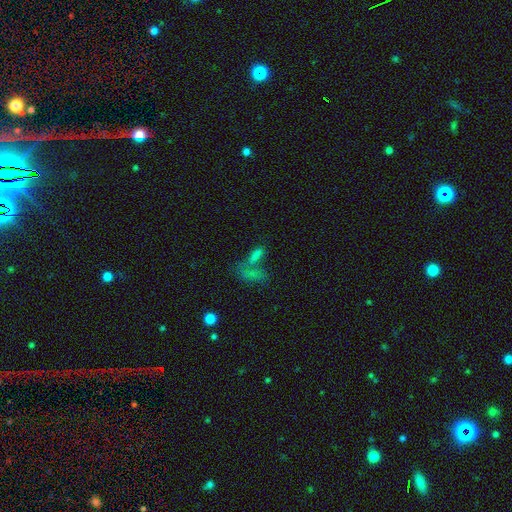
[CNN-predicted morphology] Overall: smooth (65%). How rounded: in between (61%; cigar-shaped 31%). Merging: merger (46%; none 36%).